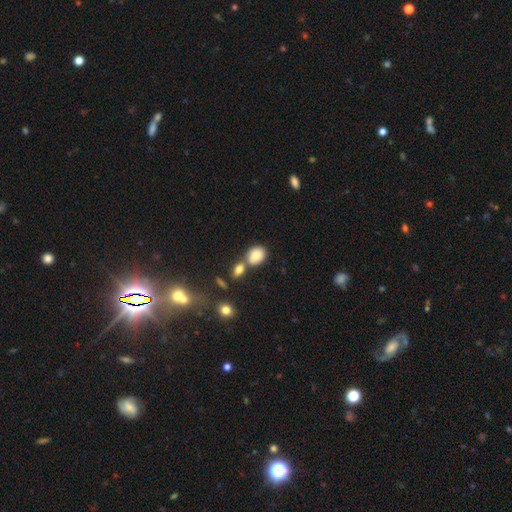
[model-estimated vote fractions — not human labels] Q: Smooth or featured?
A: smooth (84%); runner-up: star or artifact (9%)
Q: How rounded?
A: in between (63%); runner-up: round (35%)
Q: Merging?
A: none (46%); runner-up: merger (35%)